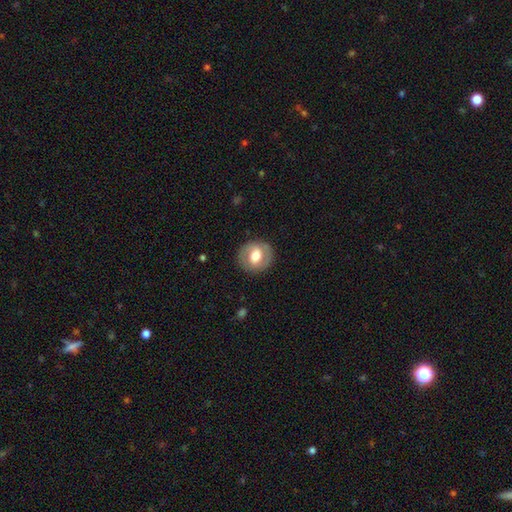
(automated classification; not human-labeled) smooth-or-featured: smooth: 54% | featured or disk: 39% | star or artifact: 7%
  how-rounded: round: 75% | in between: 24% | cigar-shaped: 1%
  merging: none: 84% | minor disturbance: 10% | major disturbance: 4% | merger: 1%